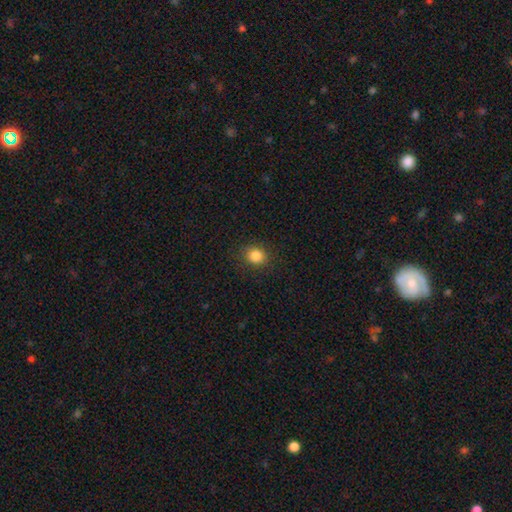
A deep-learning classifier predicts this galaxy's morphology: smooth_or_featured: smooth (p=0.85) [alt: star or artifact p=0.11]
how_rounded: round (p=0.74) [alt: in between p=0.25]
merging: none (p=0.89) [alt: minor disturbance p=0.08]